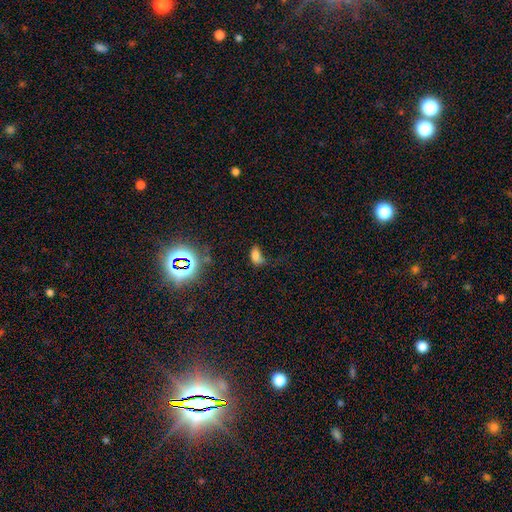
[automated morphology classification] Q: Smooth or featured?
A: smooth (69%); runner-up: star or artifact (19%)
Q: How rounded?
A: in between (90%); runner-up: round (7%)
Q: Merging?
A: none (42%); runner-up: minor disturbance (26%)